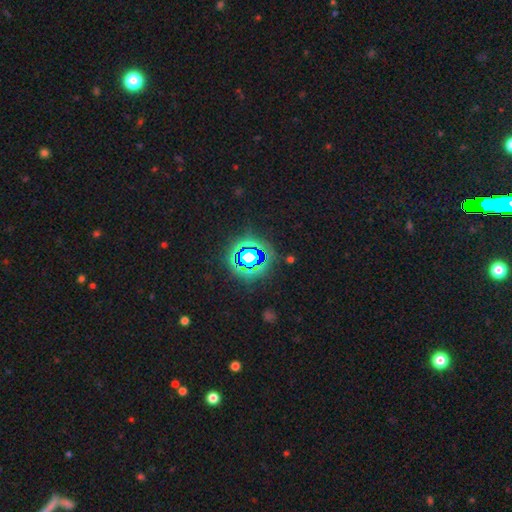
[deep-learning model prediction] smooth_or_featured: star or artifact (p=0.81) [alt: smooth p=0.13]